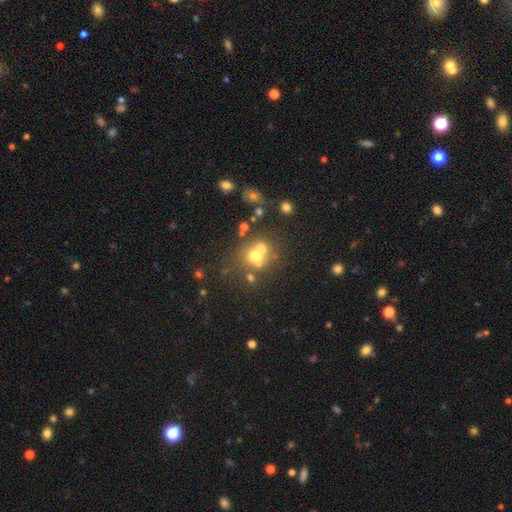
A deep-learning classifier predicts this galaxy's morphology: Overall: smooth (59%; featured or disk 23%). How rounded: round (78%). Merging: none (44%; merger 42%).